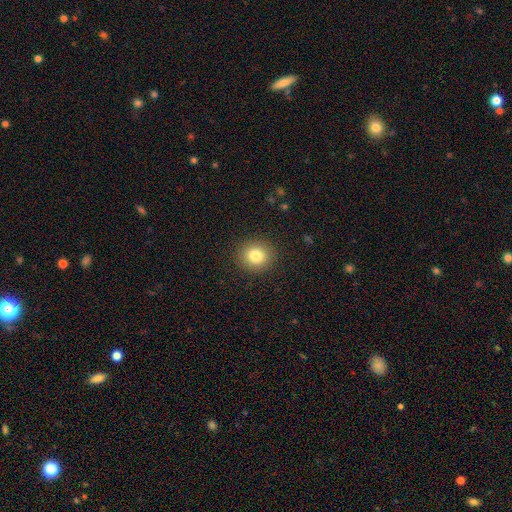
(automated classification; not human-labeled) Overall: smooth (81%). How rounded: round (84%). Merging: none (90%).